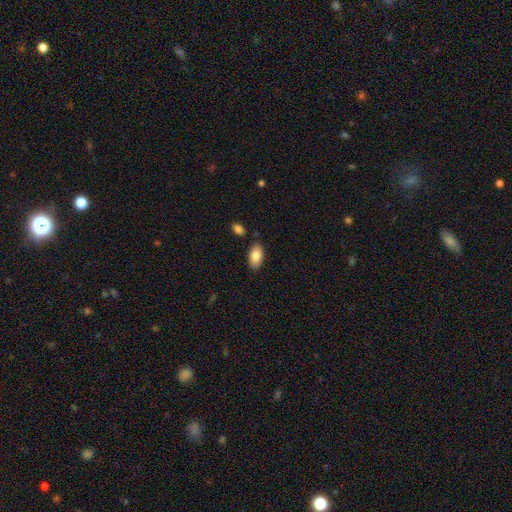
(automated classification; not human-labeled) A smooth galaxy with no disk features (84%) that is in between round and cigar-shaped (94%). Merging: none (84%).